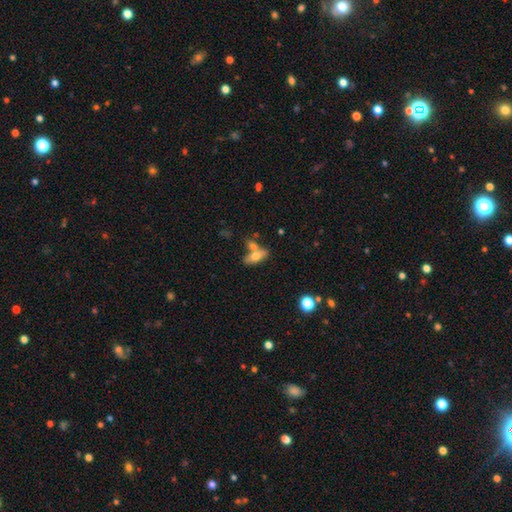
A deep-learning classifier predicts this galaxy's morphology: Smooth or featured? Predicted: smooth (p=0.66). How rounded? Predicted: in between (p=0.74). Merging? Predicted: none (p=0.50).